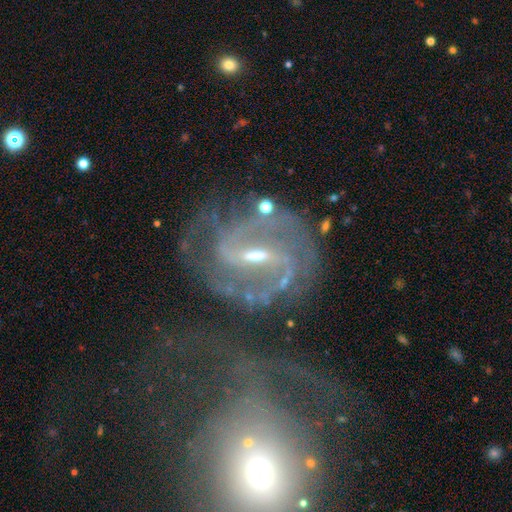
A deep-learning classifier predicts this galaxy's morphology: This is clearly a featured or disk galaxy (89%). It is clearly not viewed edge-on (97%). Bar: likely strong (62%). Spiral arm pattern: clearly yes (96%). Spiral arm count: likely 2 (65%). Spiral winding: marginally medium (44%). Central bulge: likely small (67%). Merging: possibly none (46%).